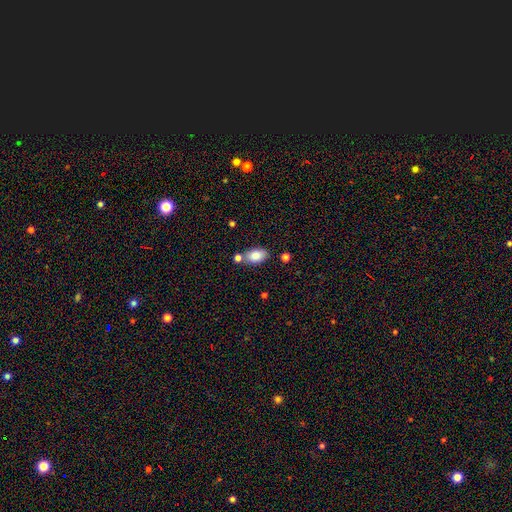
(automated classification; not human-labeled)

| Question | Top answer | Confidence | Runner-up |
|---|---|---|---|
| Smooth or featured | smooth | 83% | featured or disk (9%) |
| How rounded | in between | 91% | round (7%) |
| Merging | none | 67% | merger (17%) |